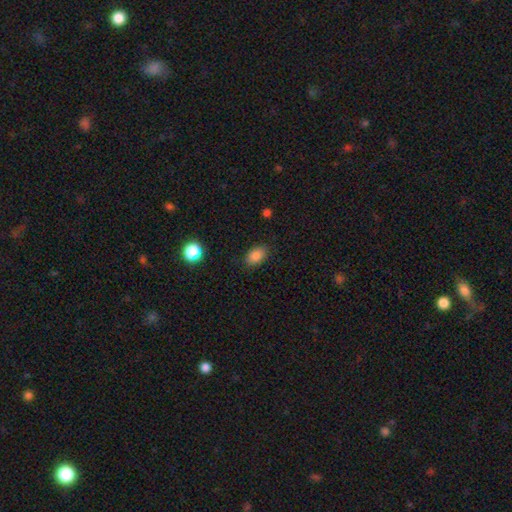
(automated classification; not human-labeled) Q: Smooth or featured?
A: smooth (85%); runner-up: star or artifact (10%)
Q: How rounded?
A: in between (86%); runner-up: round (12%)
Q: Merging?
A: none (85%); runner-up: minor disturbance (11%)